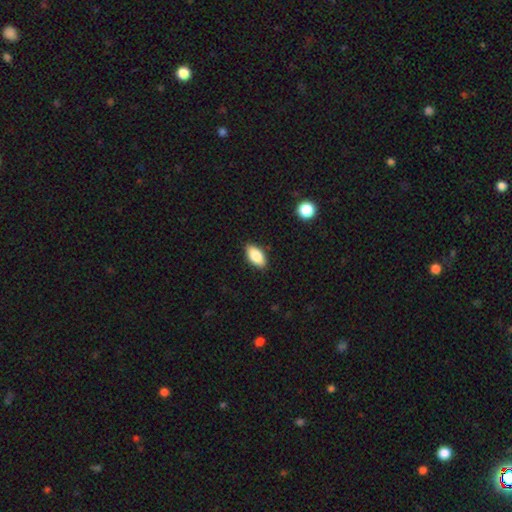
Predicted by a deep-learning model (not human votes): The model was most divided on "smooth or featured": smooth: 84%, featured or disk: 9%, star or artifact: 7%. More confident: how rounded — in between (91%); merging — none (87%).